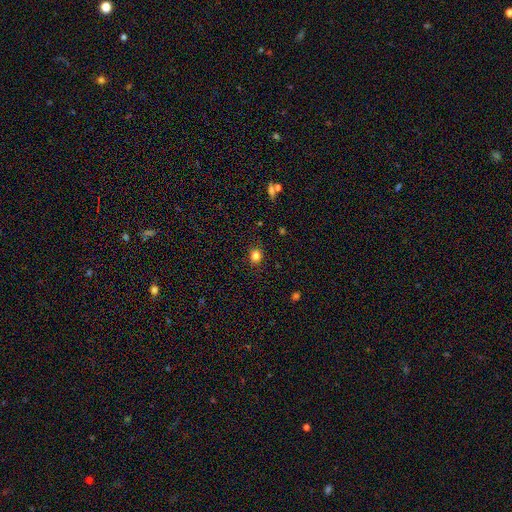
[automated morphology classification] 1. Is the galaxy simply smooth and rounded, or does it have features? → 83% smooth, 13% star or artifact, 5% featured or disk.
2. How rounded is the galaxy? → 74% round, 25% in between, 1% cigar-shaped.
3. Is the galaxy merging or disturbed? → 88% none, 9% minor disturbance, 2% major disturbance, 1% merger.